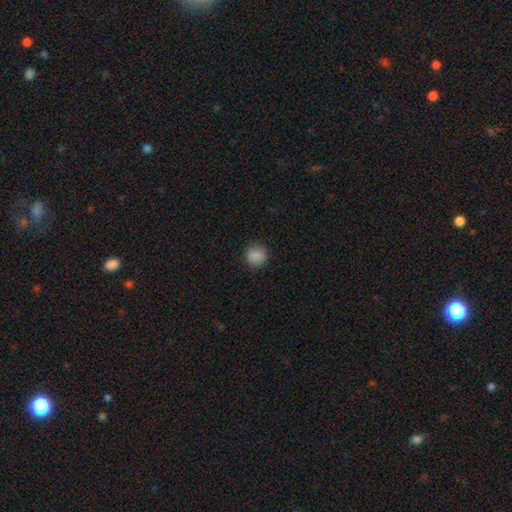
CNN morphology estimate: This is clearly a smooth galaxy (88%). How rounded: clearly round (90%). Merging: clearly none (88%).